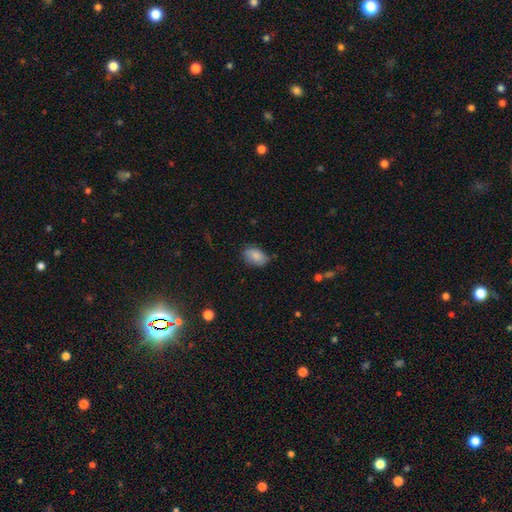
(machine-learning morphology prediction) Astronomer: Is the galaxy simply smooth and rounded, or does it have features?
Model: smooth — 84%.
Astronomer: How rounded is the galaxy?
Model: in between — 85%.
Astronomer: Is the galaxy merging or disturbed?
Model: none — 68%.